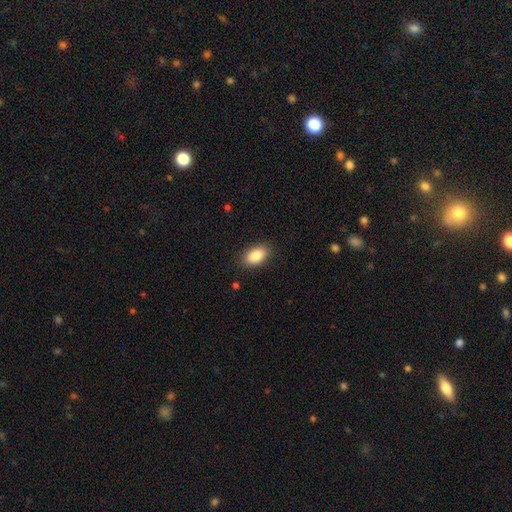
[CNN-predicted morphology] Smooth or featured? Predicted: smooth (p=0.87). How rounded? Predicted: in between (p=0.92). Merging? Predicted: none (p=0.87).